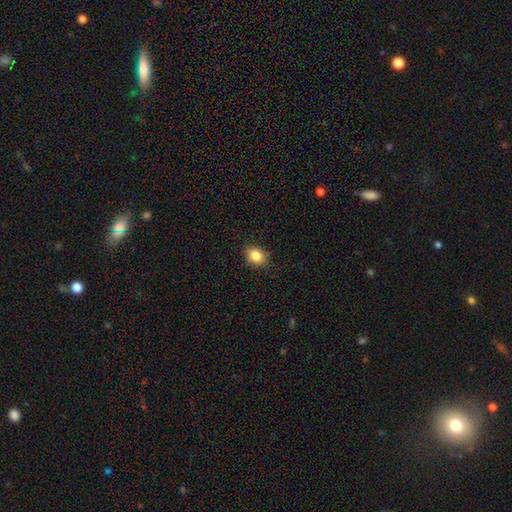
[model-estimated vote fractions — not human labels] Smooth or featured?
  - smooth: 83% *
  - star or artifact: 10%
  - featured or disk: 6%
How rounded?
  - round: 53% *
  - in between: 46%
  - cigar-shaped: 1%
Merging?
  - none: 85% *
  - minor disturbance: 12%
  - major disturbance: 2%
  - merger: 1%